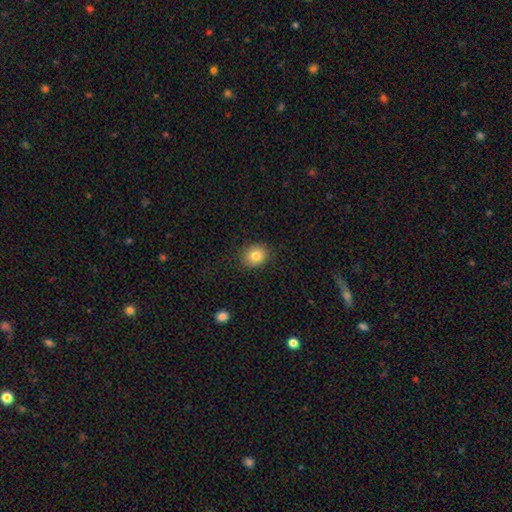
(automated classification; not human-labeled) A smooth galaxy with no disk features (82%) that is round (66%).

Vote fractions:
- Smooth or featured? smooth: 82% / star or artifact: 10% / featured or disk: 8%
- How rounded? round: 66% / in between: 33% / cigar-shaped: 1%
- Merging? none: 87% / minor disturbance: 9% / major disturbance: 3% / merger: 1%